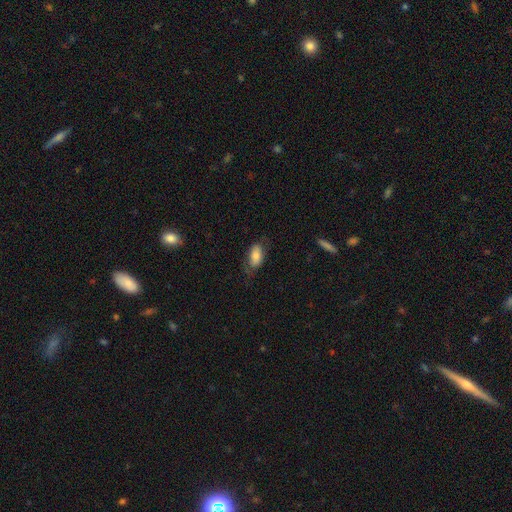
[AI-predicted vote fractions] Smooth or featured: smooth — 73% (featured or disk — 20%)
How rounded: in between — 91% (round — 5%)
Merging: none — 62% (minor disturbance — 23%)